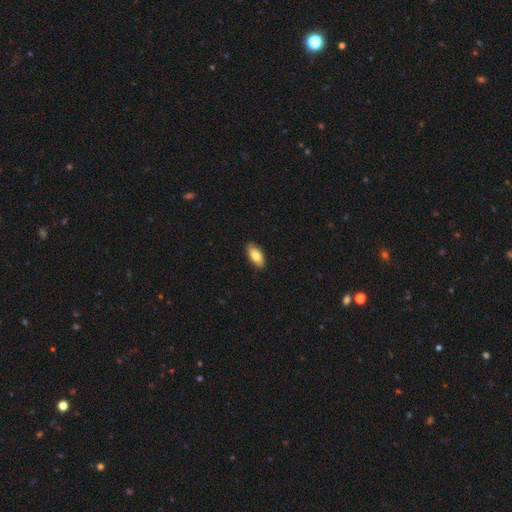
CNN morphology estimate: smooth_or_featured: smooth (p=0.81) [alt: featured or disk p=0.13]
how_rounded: in between (p=0.91) [alt: cigar-shaped p=0.06]
merging: none (p=0.89) [alt: minor disturbance p=0.09]